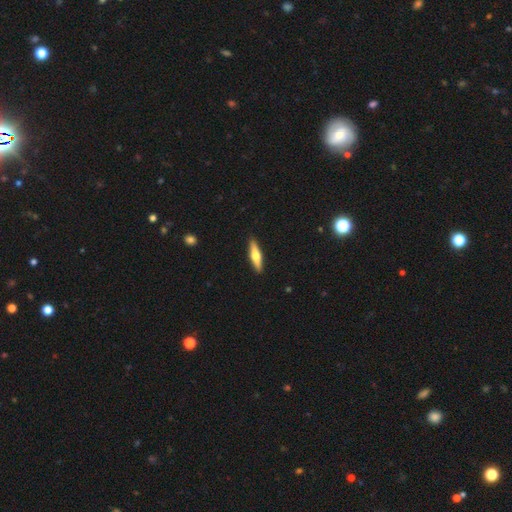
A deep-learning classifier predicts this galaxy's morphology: Smooth or featured? Predicted: featured or disk (p=0.50). Edge-on disk? Predicted: yes (p=0.95). Merging? Predicted: none (p=0.91).